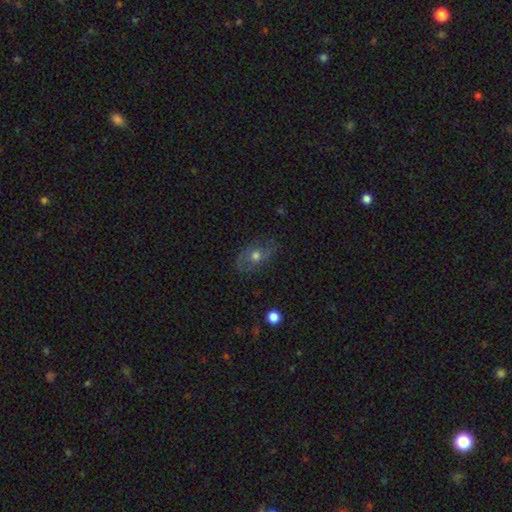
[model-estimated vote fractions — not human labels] A featured or disk galaxy (53%). Merging: none (76%).